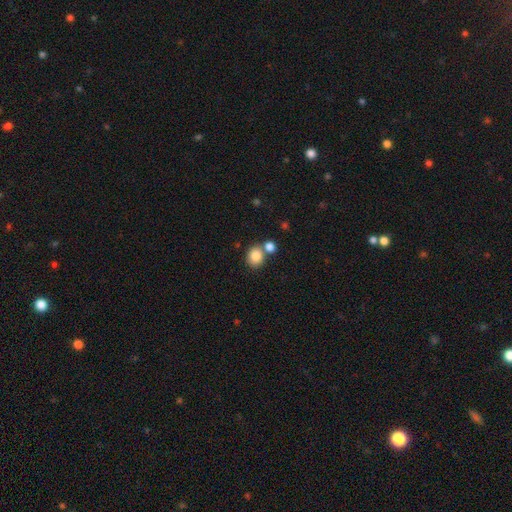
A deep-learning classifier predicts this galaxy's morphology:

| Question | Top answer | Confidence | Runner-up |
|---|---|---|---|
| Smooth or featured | smooth | 84% | star or artifact (9%) |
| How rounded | round | 70% | in between (29%) |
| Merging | none | 59% | merger (29%) |